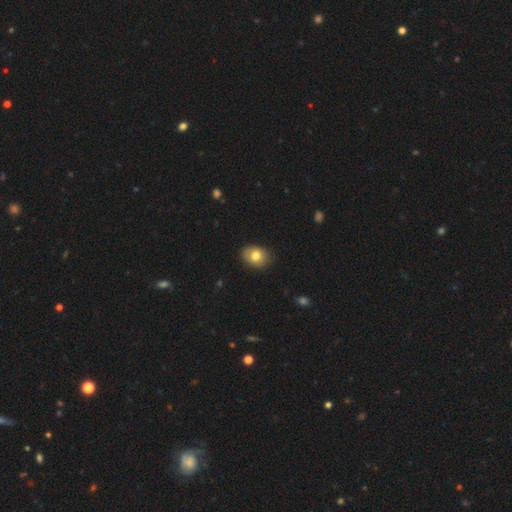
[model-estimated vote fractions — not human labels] Q: Smooth or featured?
A: smooth (79%); runner-up: featured or disk (12%)
Q: How rounded?
A: in between (65%); runner-up: round (34%)
Q: Merging?
A: none (84%); runner-up: minor disturbance (12%)